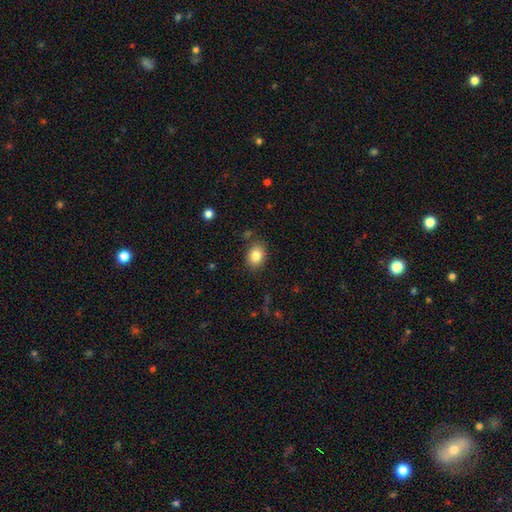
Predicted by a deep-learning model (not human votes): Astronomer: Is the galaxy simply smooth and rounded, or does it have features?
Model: smooth — 85%.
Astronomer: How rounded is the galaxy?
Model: in between — 60% (runner-up: round, 39%).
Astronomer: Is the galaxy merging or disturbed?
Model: none — 83%.